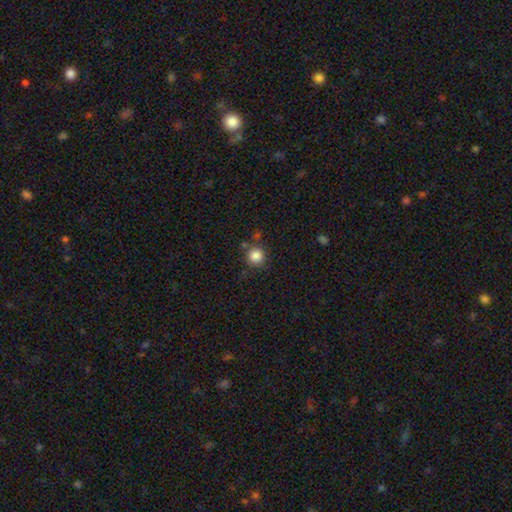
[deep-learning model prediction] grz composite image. It shows a smooth galaxy with no disk features (85%) that is round (93%). Merging: none (79%).